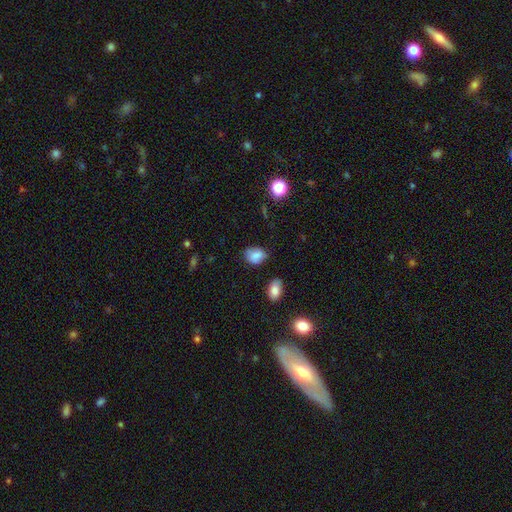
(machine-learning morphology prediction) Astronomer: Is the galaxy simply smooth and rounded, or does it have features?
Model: smooth — 81%.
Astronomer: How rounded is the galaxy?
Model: in between — 67%.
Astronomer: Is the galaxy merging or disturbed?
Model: none — 67%.